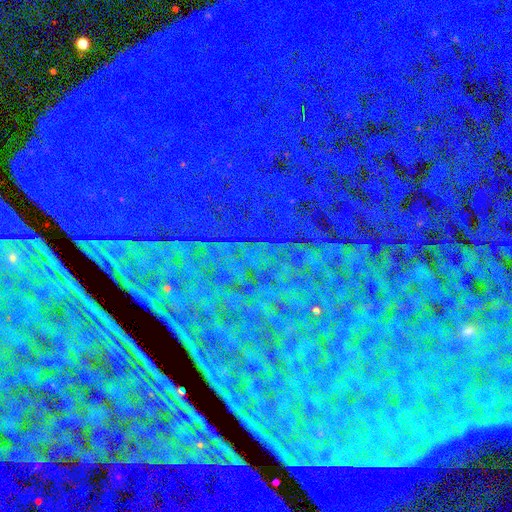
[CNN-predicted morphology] smooth_or_featured: star or artifact (p=0.86) [alt: smooth p=0.07]